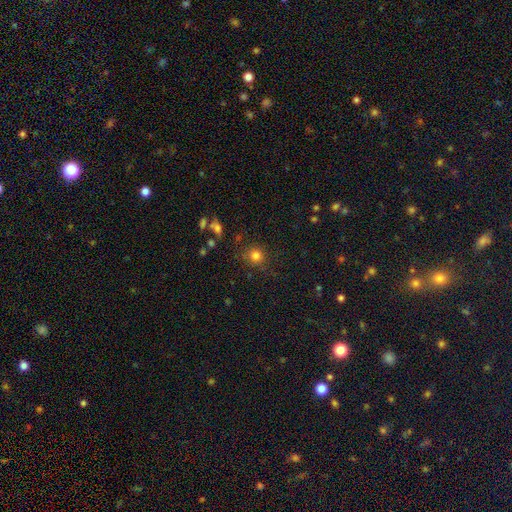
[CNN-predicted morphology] A smooth galaxy with no disk features (80%) that is round (90%). Merging: none (82%).